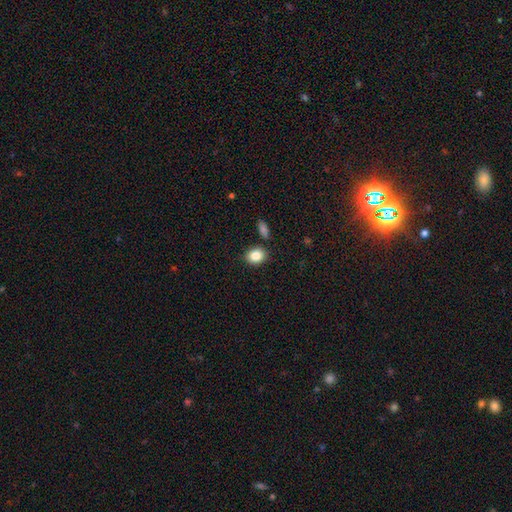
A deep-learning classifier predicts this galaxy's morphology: This is clearly a smooth galaxy (86%). How rounded: possibly in between (54%). Merging: clearly none (82%).